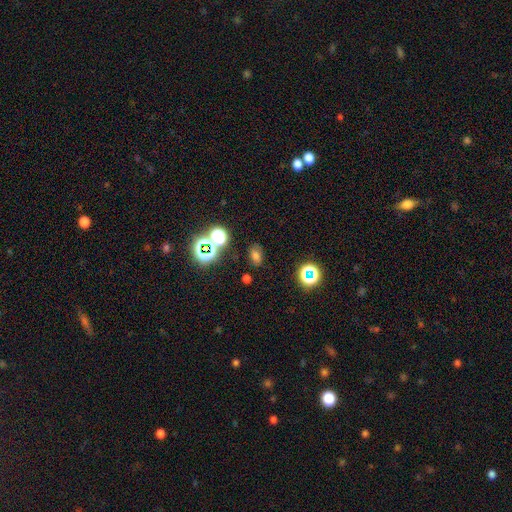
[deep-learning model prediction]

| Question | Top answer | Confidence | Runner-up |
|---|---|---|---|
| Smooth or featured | smooth | 62% | star or artifact (27%) |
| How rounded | in between | 77% | round (21%) |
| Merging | none | 77% | minor disturbance (14%) |